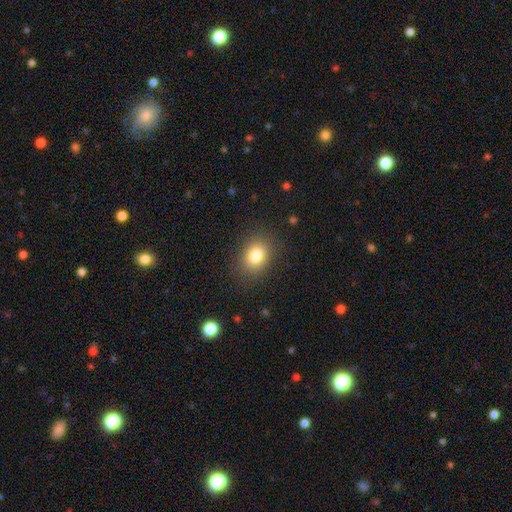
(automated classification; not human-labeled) smooth 81%, star or artifact 11%, featured or disk 8%. Down the decision tree: how rounded — in between (57%); merging — none (86%).